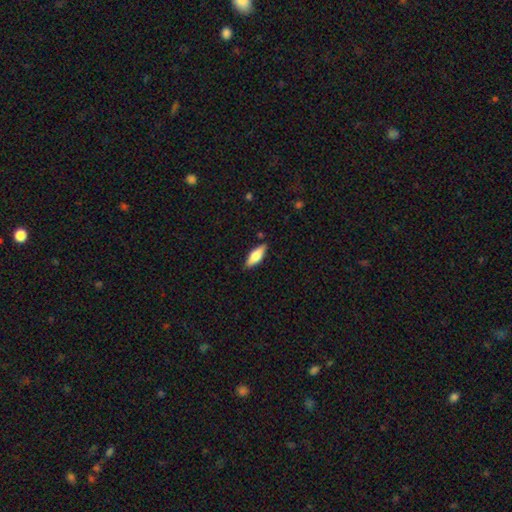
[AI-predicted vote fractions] The model was most divided on "how rounded": in between: 65%, cigar-shaped: 33%, round: 2%. More confident: merging — none (84%); smooth or featured — smooth (71%).